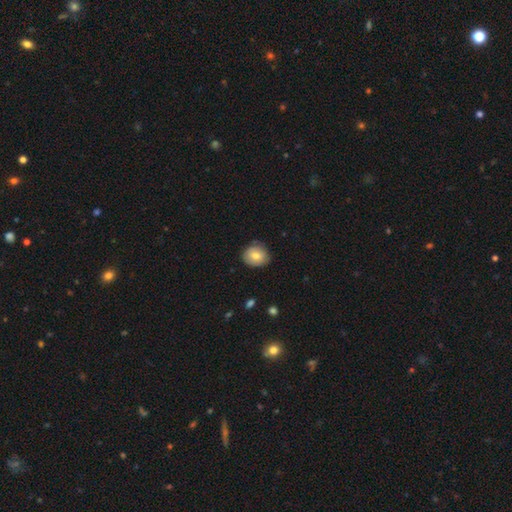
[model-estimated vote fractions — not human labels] Smooth or featured?
  - smooth: 75% *
  - featured or disk: 17%
  - star or artifact: 8%
How rounded?
  - round: 70% *
  - in between: 29%
  - cigar-shaped: 1%
Merging?
  - none: 77% *
  - minor disturbance: 19%
  - major disturbance: 3%
  - merger: 1%